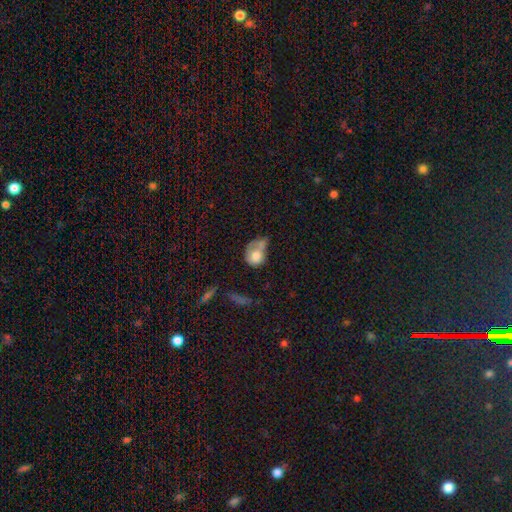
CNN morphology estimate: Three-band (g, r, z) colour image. It shows a smooth galaxy with no disk features (69%) that is in between round and cigar-shaped (53%). Merging: merger (32%).